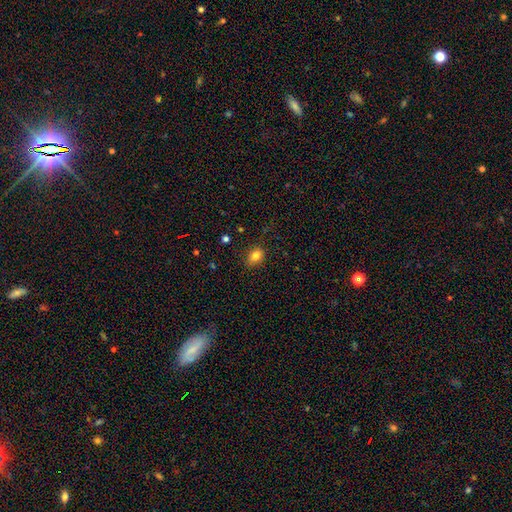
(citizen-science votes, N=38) This appears to be a smooth galaxy with no disk features (87%) that is in between round and cigar-shaped (64%). Merging: none (78%).